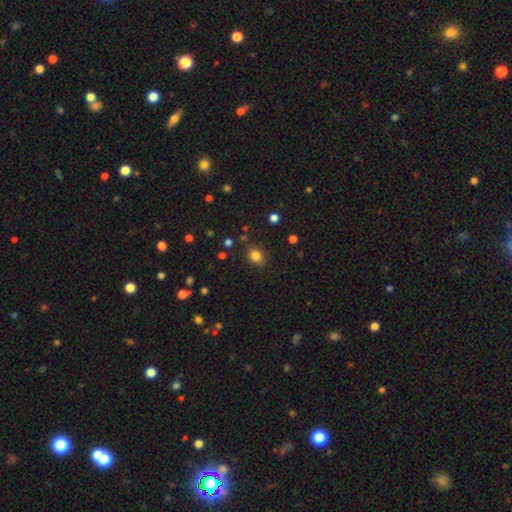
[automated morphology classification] Q: Smooth or featured?
A: smooth (82%); runner-up: star or artifact (13%)
Q: How rounded?
A: round (53%); runner-up: in between (46%)
Q: Merging?
A: none (82%); runner-up: minor disturbance (12%)